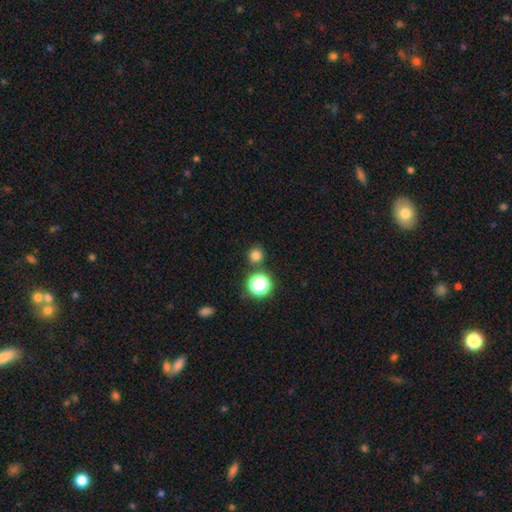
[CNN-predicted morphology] A smooth galaxy with no disk features (76%) that is round (92%).

Vote fractions:
- Smooth or featured? smooth: 76% / star or artifact: 19% / featured or disk: 5%
- How rounded? round: 92% / in between: 7% / cigar-shaped: 1%
- Merging? none: 84% / minor disturbance: 7% / merger: 7% / major disturbance: 3%